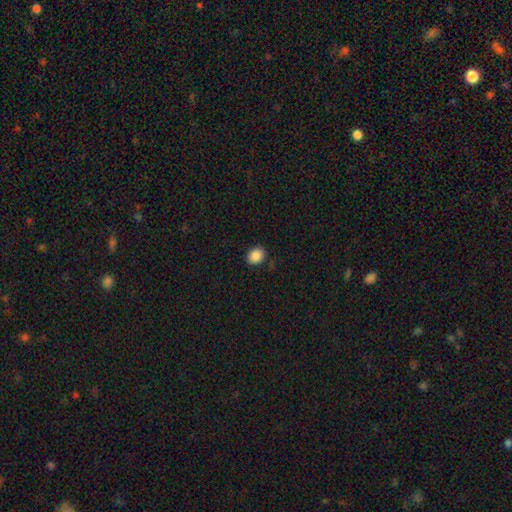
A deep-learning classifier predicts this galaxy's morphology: smooth-or-featured: smooth: 87% | star or artifact: 9% | featured or disk: 4%
  how-rounded: round: 57% | in between: 42% | cigar-shaped: 1%
  merging: none: 85% | minor disturbance: 11% | major disturbance: 3% | merger: 1%